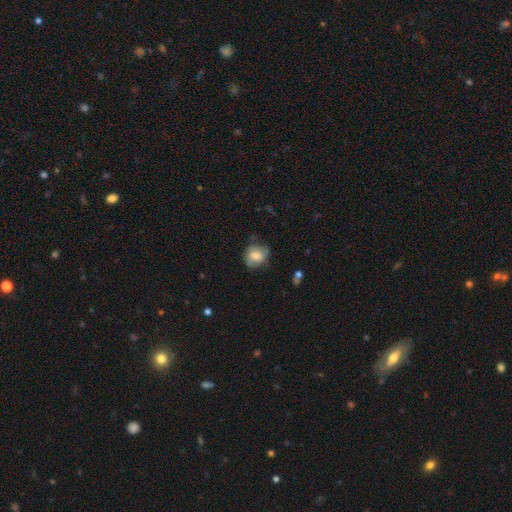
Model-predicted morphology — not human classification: Q: Smooth or featured?
A: smooth (50%); runner-up: featured or disk (42%)
Q: Merging?
A: none (67%); runner-up: minor disturbance (24%)